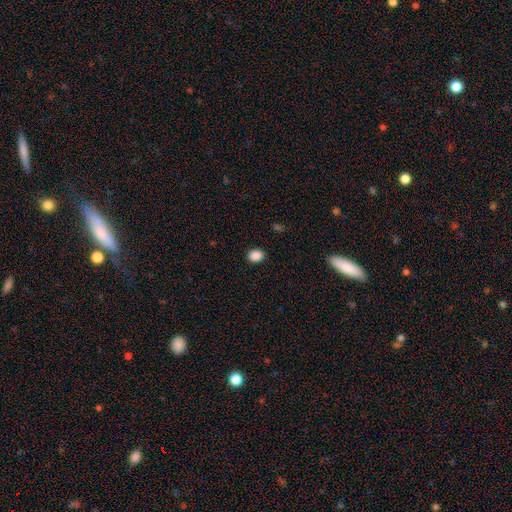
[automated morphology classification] A smooth galaxy with no disk features (88%) that is in between round and cigar-shaped (56%). Merging: none (89%).